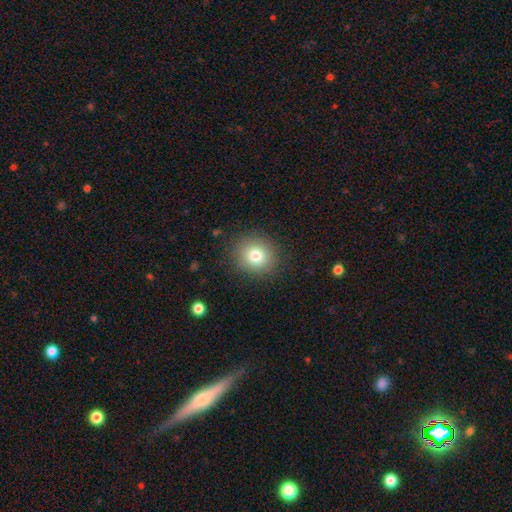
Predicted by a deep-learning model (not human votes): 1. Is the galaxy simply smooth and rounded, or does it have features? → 79% smooth, 12% star or artifact, 9% featured or disk.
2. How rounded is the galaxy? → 84% round, 15% in between, 1% cigar-shaped.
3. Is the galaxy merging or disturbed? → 88% none, 8% minor disturbance, 3% major disturbance, 1% merger.